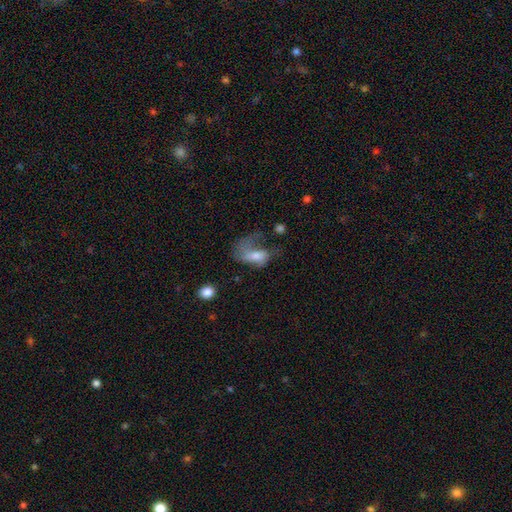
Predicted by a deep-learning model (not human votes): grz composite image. It shows a smooth galaxy with no disk features (49%). Merging: major disturbance (60%).